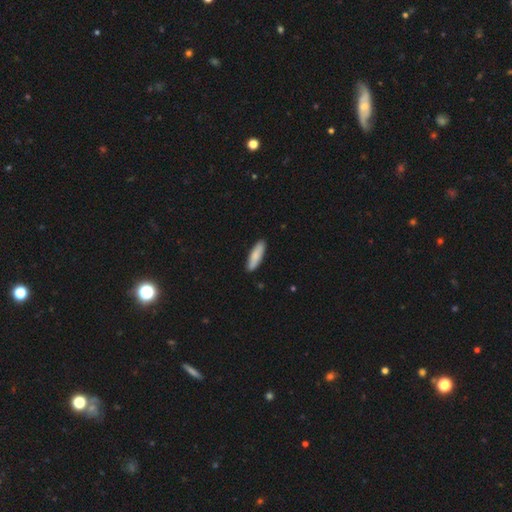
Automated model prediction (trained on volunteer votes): Smooth or featured? smooth (85%)
How rounded? cigar-shaped (61%)
Merging? none (89%)